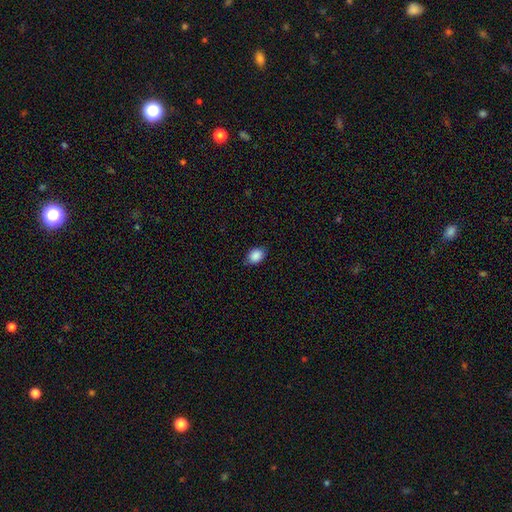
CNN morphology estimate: type=smooth (88%); roundness=in between (71%); merging=none (82%).